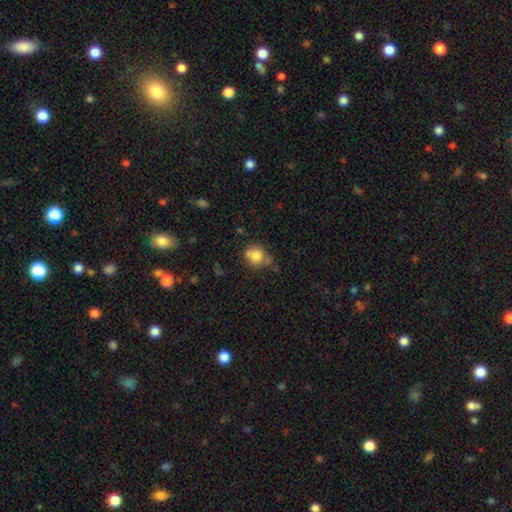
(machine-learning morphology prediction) type=smooth (76%); roundness=round (73%); merging=none (50%).